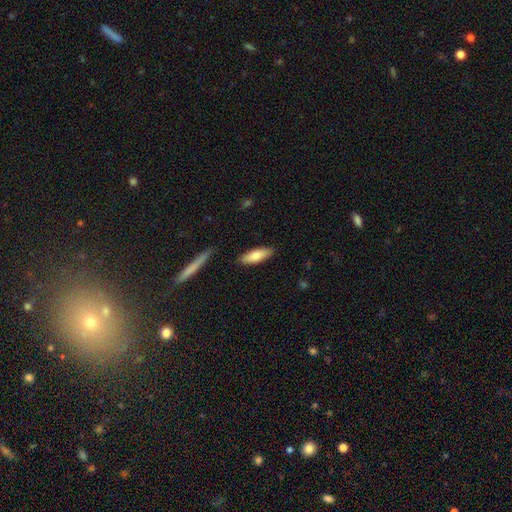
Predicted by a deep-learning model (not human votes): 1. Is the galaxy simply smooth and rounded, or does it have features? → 76% smooth, 18% featured or disk, 6% star or artifact.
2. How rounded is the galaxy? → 57% in between, 41% cigar-shaped, 2% round.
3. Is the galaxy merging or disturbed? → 87% none, 10% minor disturbance, 2% major disturbance, 2% merger.